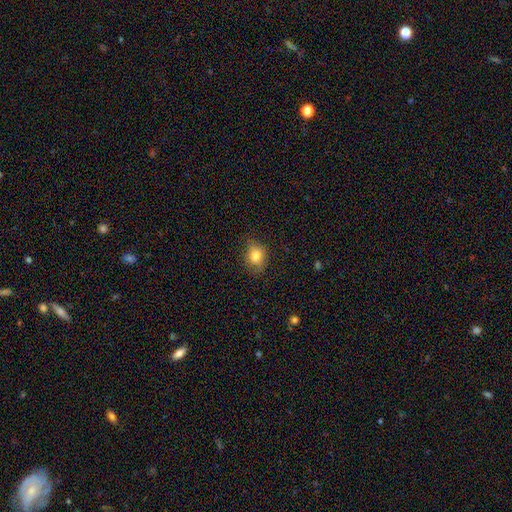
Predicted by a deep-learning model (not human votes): This appears to be a smooth galaxy with no disk features (79%) that is round (49%, tied with in between). Merging: none (75%).